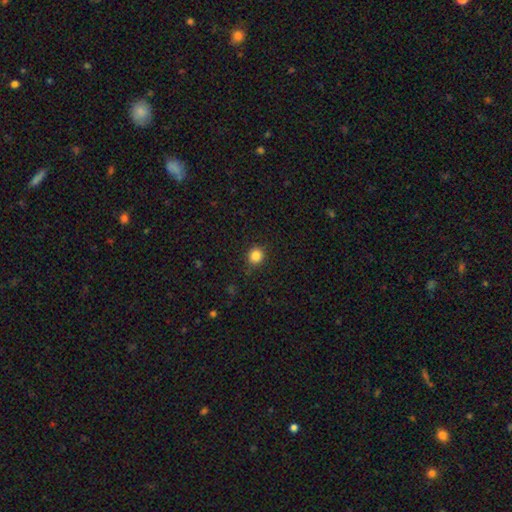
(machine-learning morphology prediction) Q: Smooth or featured?
A: smooth (85%); runner-up: star or artifact (11%)
Q: How rounded?
A: round (86%); runner-up: in between (13%)
Q: Merging?
A: none (88%); runner-up: minor disturbance (8%)